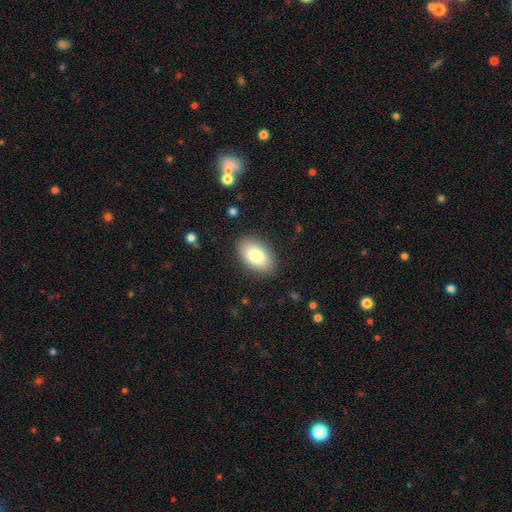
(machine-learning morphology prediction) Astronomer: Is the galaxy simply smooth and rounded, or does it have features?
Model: smooth — 82%.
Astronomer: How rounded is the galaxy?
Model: in between — 92%.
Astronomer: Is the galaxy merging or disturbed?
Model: none — 87%.